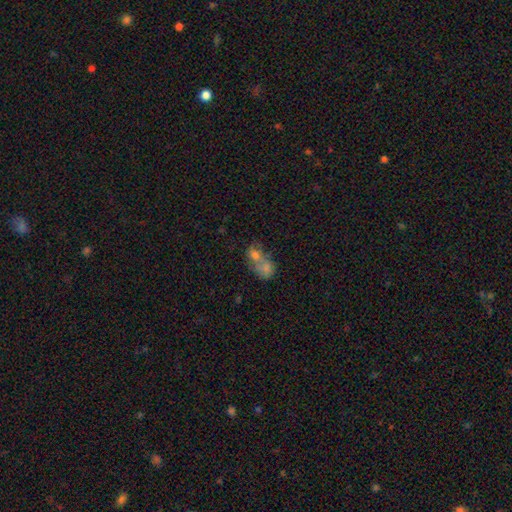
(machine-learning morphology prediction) The model was most divided on "how rounded": in between: 52%, round: 46%, cigar-shaped: 2%. More confident: merging — merger (73%); smooth or featured — smooth (66%).